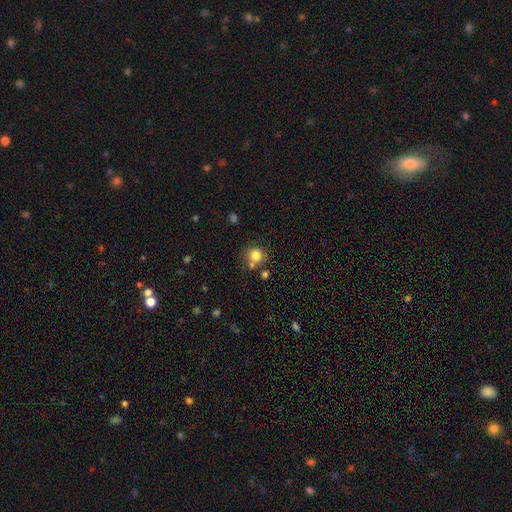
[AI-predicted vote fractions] This is likely a smooth galaxy (80%). How rounded: clearly round (86%). Merging: likely none (65%).